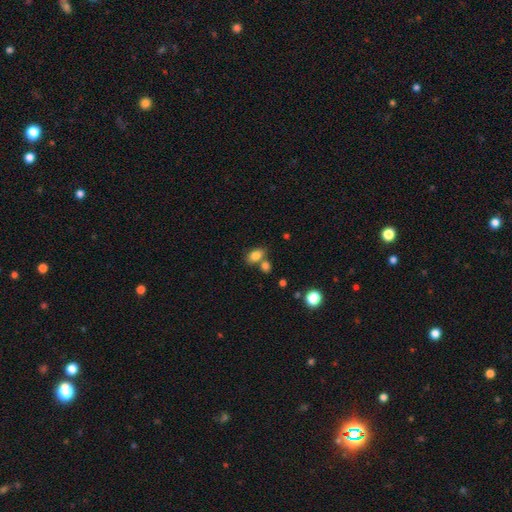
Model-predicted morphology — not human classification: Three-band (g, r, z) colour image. It shows a smooth galaxy with no disk features (81%) that is in between round and cigar-shaped (81%). Merging: none (56%).